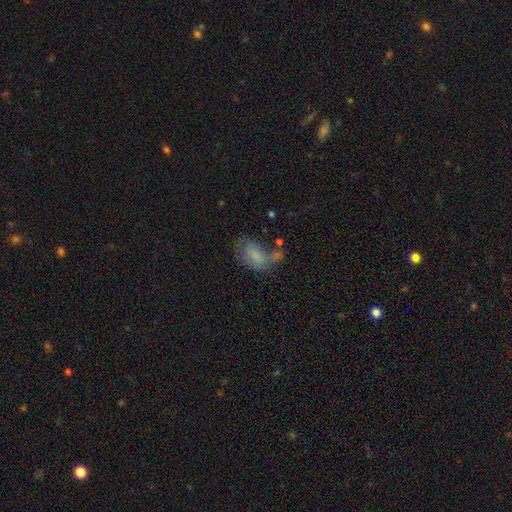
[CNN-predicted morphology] Q: Smooth or featured?
A: smooth (72%); runner-up: featured or disk (18%)
Q: How rounded?
A: in between (88%); runner-up: round (10%)
Q: Merging?
A: none (32%); runner-up: merger (24%)